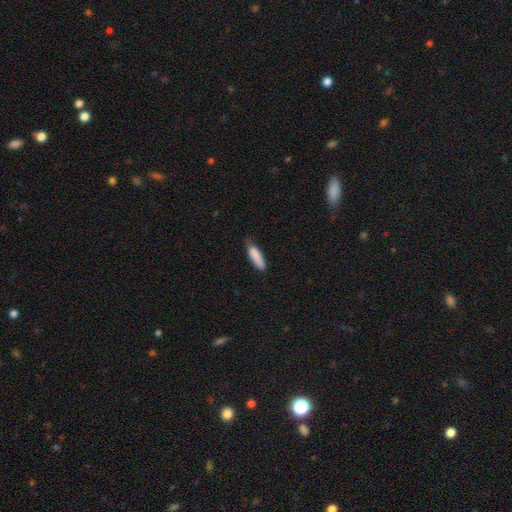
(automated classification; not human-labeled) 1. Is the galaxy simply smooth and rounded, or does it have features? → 86% smooth, 8% featured or disk, 6% star or artifact.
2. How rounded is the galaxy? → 69% cigar-shaped, 30% in between, 2% round.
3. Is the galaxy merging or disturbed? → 60% none, 32% minor disturbance, 6% major disturbance, 2% merger.